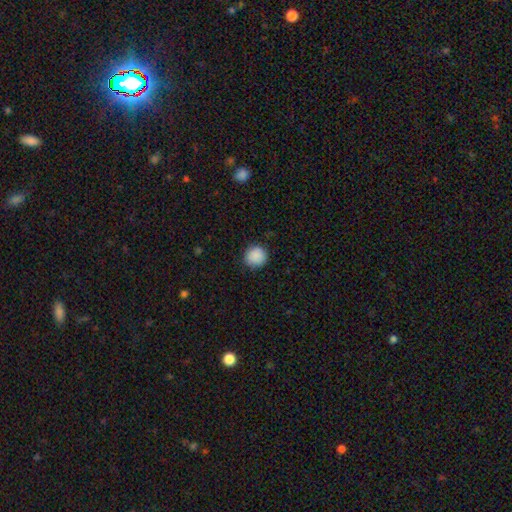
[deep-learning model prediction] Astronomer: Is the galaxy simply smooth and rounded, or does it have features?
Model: smooth — 89%.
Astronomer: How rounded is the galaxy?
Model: round — 93%.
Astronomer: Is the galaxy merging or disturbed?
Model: none — 88%.